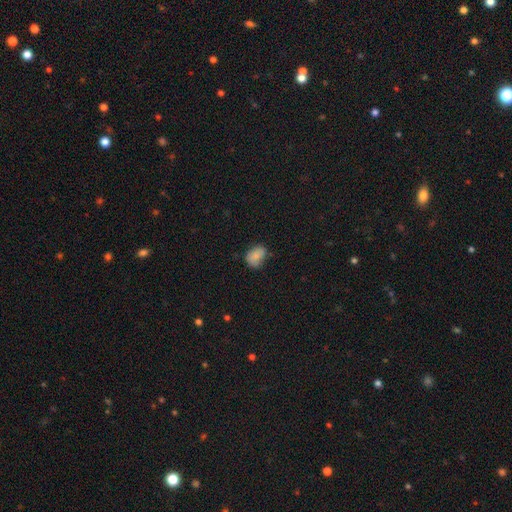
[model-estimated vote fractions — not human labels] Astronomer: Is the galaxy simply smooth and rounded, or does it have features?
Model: smooth — 81%.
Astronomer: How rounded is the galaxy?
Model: in between — 75%.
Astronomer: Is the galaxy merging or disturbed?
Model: none — 56% (runner-up: minor disturbance, 33%).